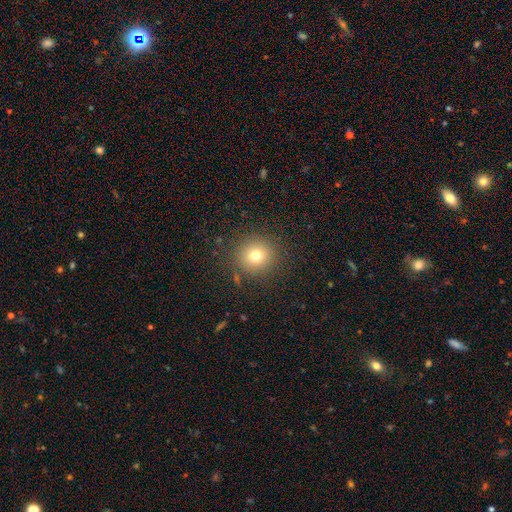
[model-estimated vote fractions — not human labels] This is likely a smooth galaxy (75%). How rounded: clearly round (92%). Merging: clearly none (88%).